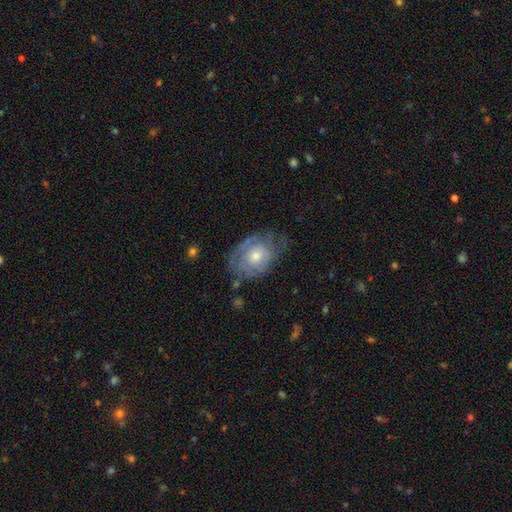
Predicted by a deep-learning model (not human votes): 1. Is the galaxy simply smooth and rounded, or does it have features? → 55% featured or disk, 37% smooth, 8% star or artifact.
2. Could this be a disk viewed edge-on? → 95% no, 5% yes.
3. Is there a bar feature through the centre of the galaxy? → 83% no, 15% weak, 2% strong.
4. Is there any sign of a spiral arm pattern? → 58% yes, 42% no.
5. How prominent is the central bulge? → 59% moderate, 33% small, 6% large, 2% none, 1% dominant.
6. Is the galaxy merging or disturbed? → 54% none, 29% minor disturbance, 14% major disturbance, 2% merger.